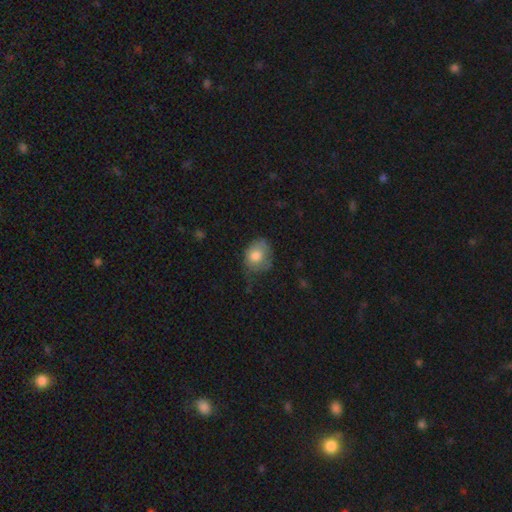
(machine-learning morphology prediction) Q: Smooth or featured?
A: smooth (77%); runner-up: featured or disk (15%)
Q: How rounded?
A: round (51%); runner-up: in between (48%)
Q: Merging?
A: none (44%); runner-up: minor disturbance (37%)